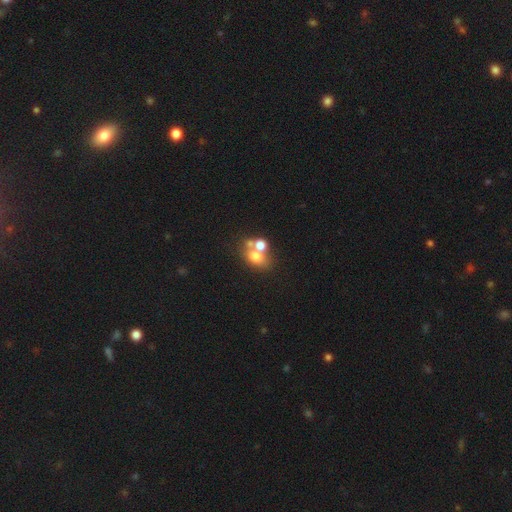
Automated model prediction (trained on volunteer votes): This is likely a smooth galaxy (66%). How rounded: possibly in between (59%). Merging: possibly merger (49%).